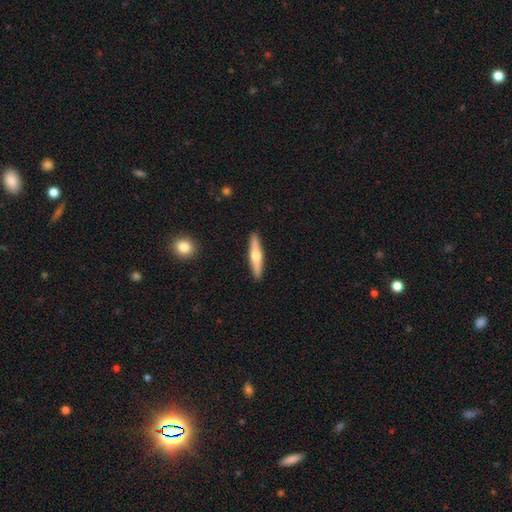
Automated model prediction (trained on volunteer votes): Overall: featured or disk (54%; smooth 41%). Edge-on disk: yes (94%). Edge-on bulge: rounded (93%). Merging: none (91%).